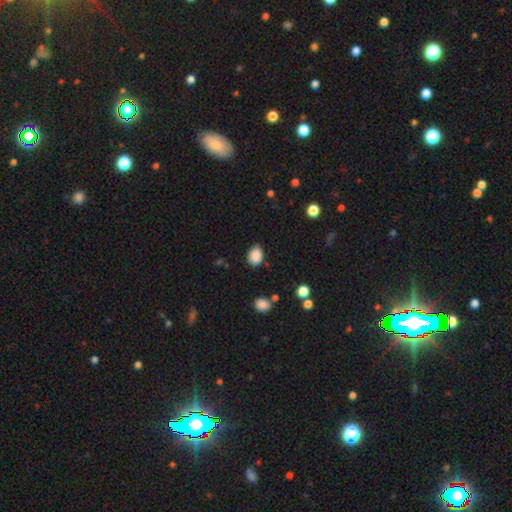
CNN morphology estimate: A smooth galaxy with no disk features (88%) that is in between round and cigar-shaped (64%). Merging: none (81%).